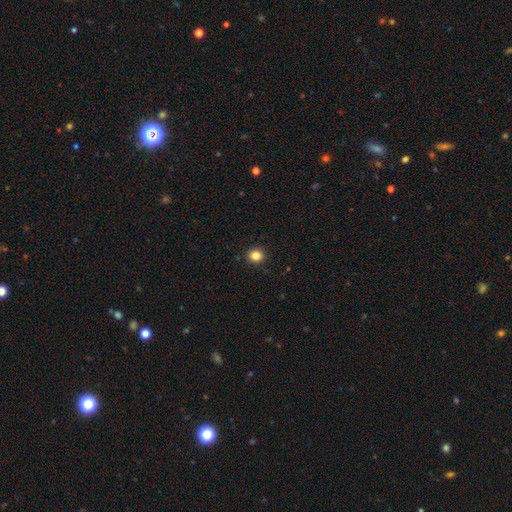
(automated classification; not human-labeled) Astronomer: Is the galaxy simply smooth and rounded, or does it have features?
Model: smooth — 84%.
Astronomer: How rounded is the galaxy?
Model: round — 91%.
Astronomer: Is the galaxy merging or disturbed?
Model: none — 92%.